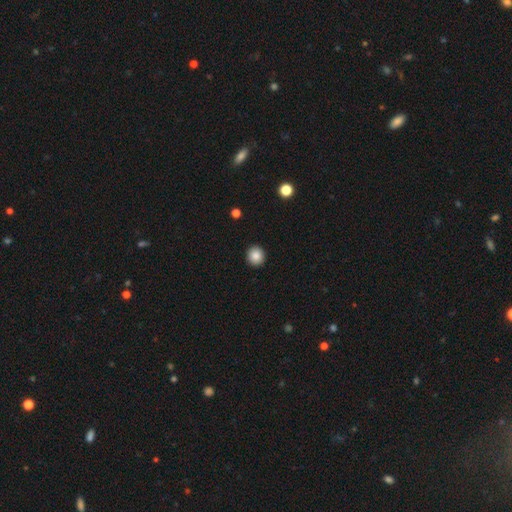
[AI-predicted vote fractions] smooth 87%, star or artifact 10%, featured or disk 4%. Down the decision tree: how rounded — round (92%); merging — none (92%).